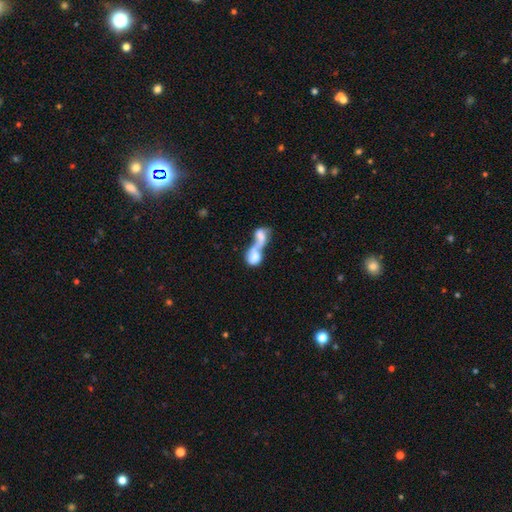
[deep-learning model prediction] Smooth or featured: smooth — 63% (featured or disk — 28%)
How rounded: in between — 61% (round — 31%)
Merging: merger — 82% (major disturbance — 7%)